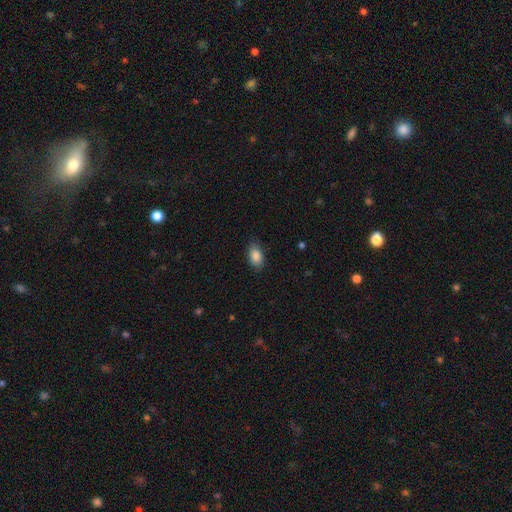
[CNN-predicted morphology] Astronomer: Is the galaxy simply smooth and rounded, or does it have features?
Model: smooth — 86%.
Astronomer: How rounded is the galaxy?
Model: in between — 90%.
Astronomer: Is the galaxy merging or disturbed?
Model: none — 84%.